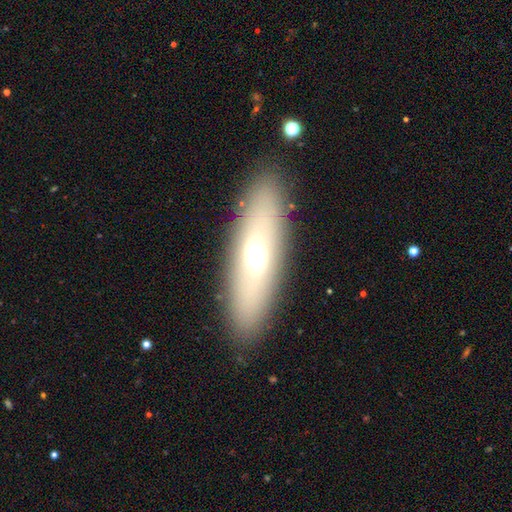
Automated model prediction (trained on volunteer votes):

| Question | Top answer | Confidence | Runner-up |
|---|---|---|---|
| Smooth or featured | smooth | 53% | featured or disk (38%) |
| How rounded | in between | 49% | cigar-shaped (48%) |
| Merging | none | 88% | minor disturbance (8%) |